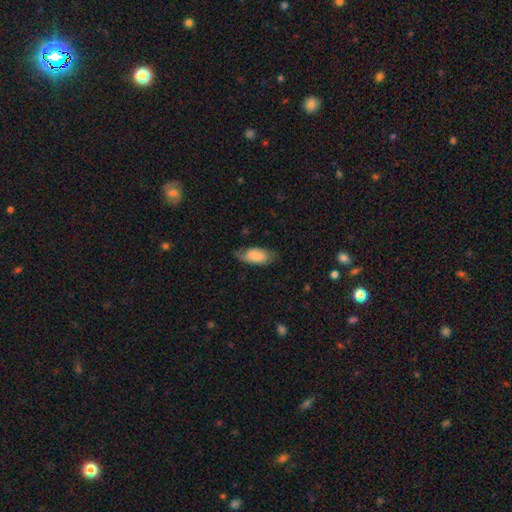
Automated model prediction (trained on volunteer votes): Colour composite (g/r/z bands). It shows a smooth galaxy with no disk features (71%) that is in between round and cigar-shaped (92%). Merging: none (55%).